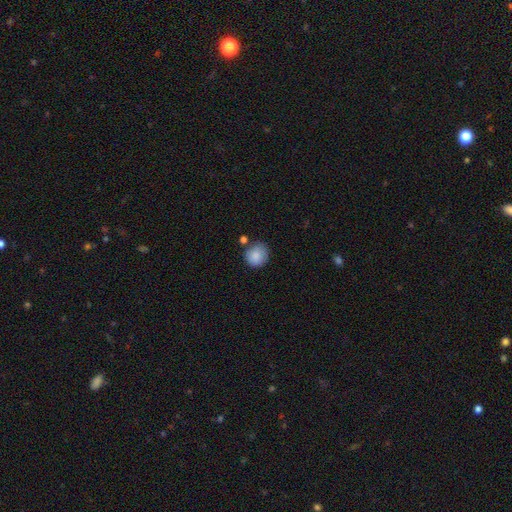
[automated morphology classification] Smooth or featured? smooth (87%)
How rounded? round (84%)
Merging? none (68%)